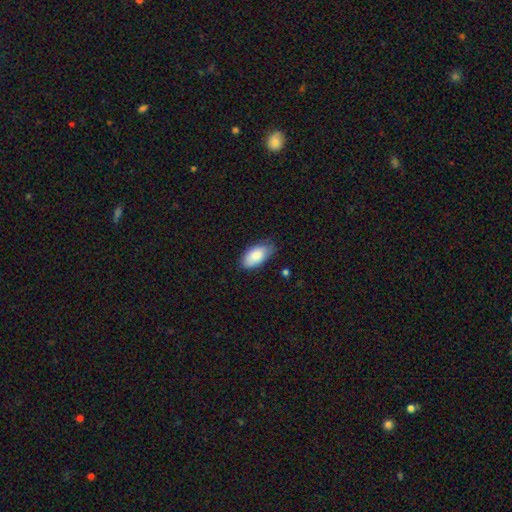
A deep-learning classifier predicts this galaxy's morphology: Smooth or featured?
  - smooth: 85% *
  - featured or disk: 9%
  - star or artifact: 6%
How rounded?
  - in between: 94% *
  - cigar-shaped: 3%
  - round: 3%
Merging?
  - none: 69% *
  - minor disturbance: 26%
  - major disturbance: 4%
  - merger: 1%